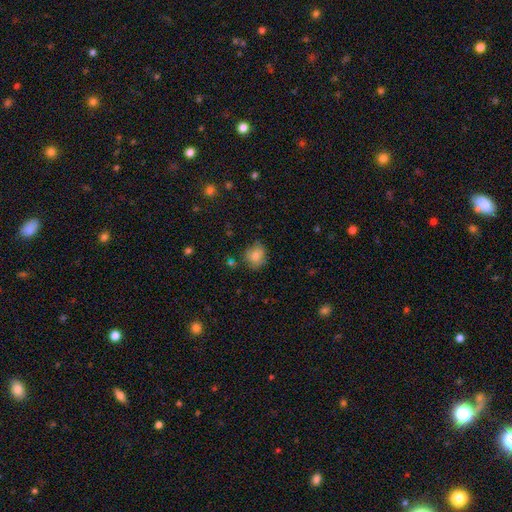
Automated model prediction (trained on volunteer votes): A smooth galaxy with no disk features (78%) that is round (67%). Merging: none (71%).